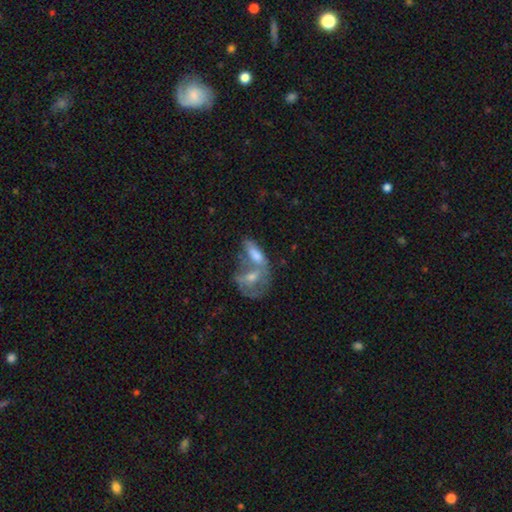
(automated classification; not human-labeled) A smooth galaxy with no disk features (50%). Merging: merger (63%).